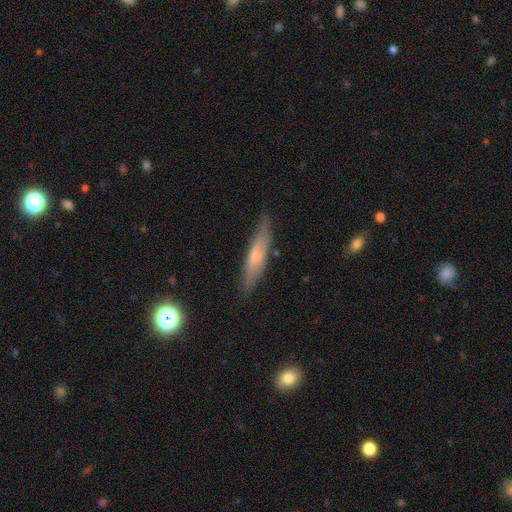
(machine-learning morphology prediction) Smooth or featured? smooth (47%)
Merging? none (83%)